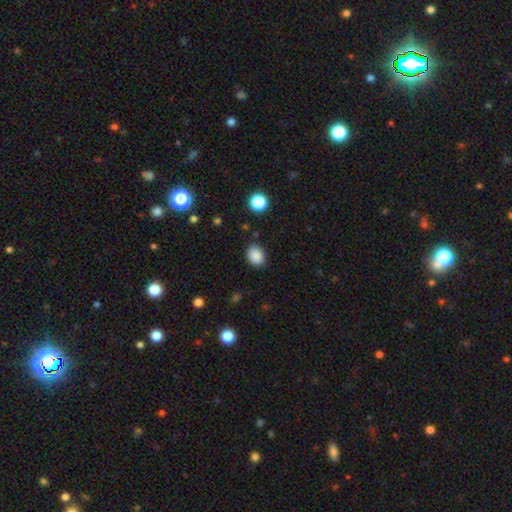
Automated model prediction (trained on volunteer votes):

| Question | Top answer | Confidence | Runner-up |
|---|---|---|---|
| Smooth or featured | smooth | 87% | star or artifact (9%) |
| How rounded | in between | 54% | round (45%) |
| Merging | none | 86% | minor disturbance (10%) |